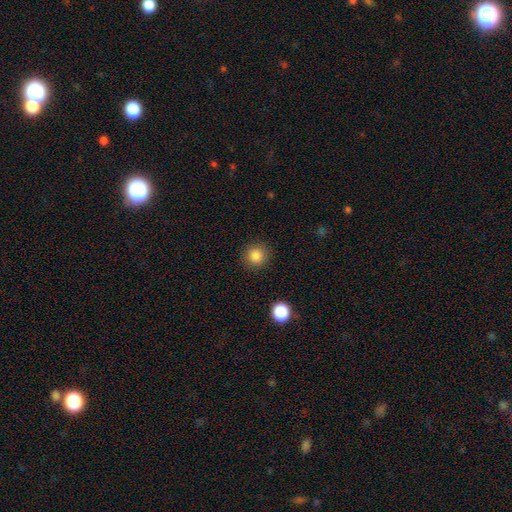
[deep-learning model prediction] Q: Smooth or featured?
A: smooth (85%); runner-up: star or artifact (11%)
Q: How rounded?
A: round (91%); runner-up: in between (8%)
Q: Merging?
A: none (89%); runner-up: minor disturbance (7%)